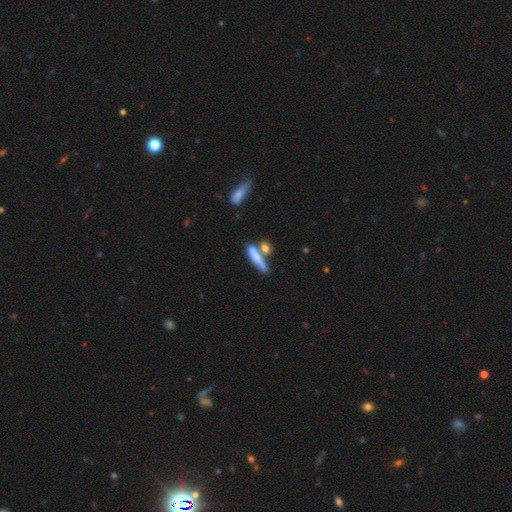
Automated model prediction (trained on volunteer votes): Smooth or featured?
  - smooth: 70% *
  - featured or disk: 22%
  - star or artifact: 8%
How rounded?
  - cigar-shaped: 76% *
  - in between: 19%
  - round: 4%
Merging?
  - none: 46% *
  - merger: 33%
  - minor disturbance: 14%
  - major disturbance: 7%